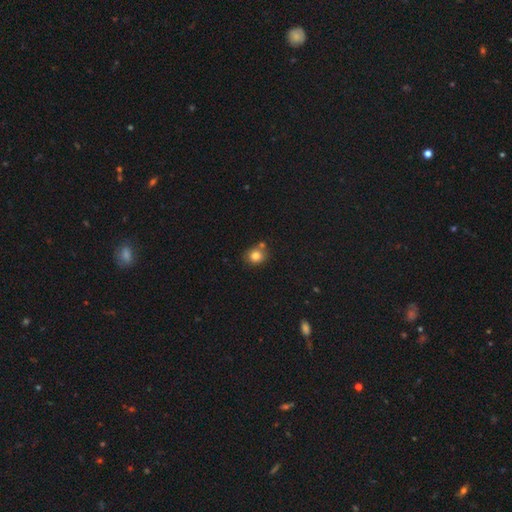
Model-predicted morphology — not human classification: type=smooth (82%); roundness=round (76%); merging=none (67%).